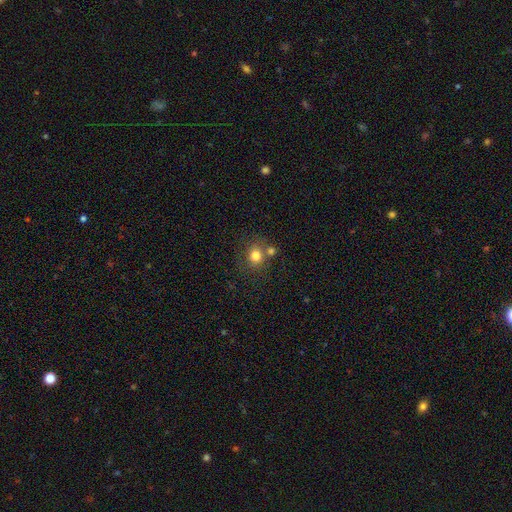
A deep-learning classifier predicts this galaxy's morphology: smooth-or-featured: smooth: 79% | star or artifact: 12% | featured or disk: 10%
  how-rounded: round: 75% | in between: 24% | cigar-shaped: 1%
  merging: none: 60% | merger: 25% | minor disturbance: 11% | major disturbance: 4%